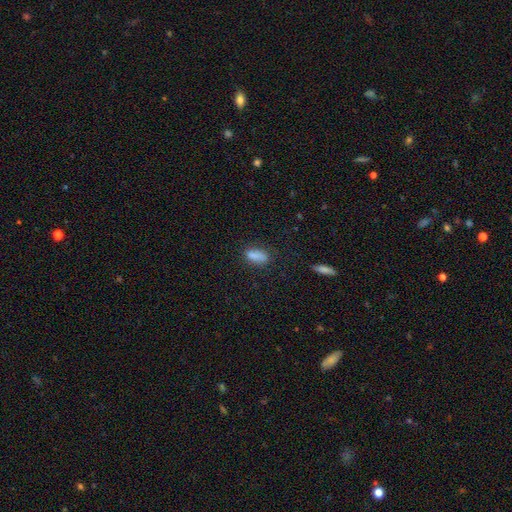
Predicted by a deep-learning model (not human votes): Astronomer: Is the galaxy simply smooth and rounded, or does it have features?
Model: smooth — 83%.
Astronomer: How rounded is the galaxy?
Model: in between — 80%.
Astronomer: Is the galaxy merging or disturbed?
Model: none — 71%.